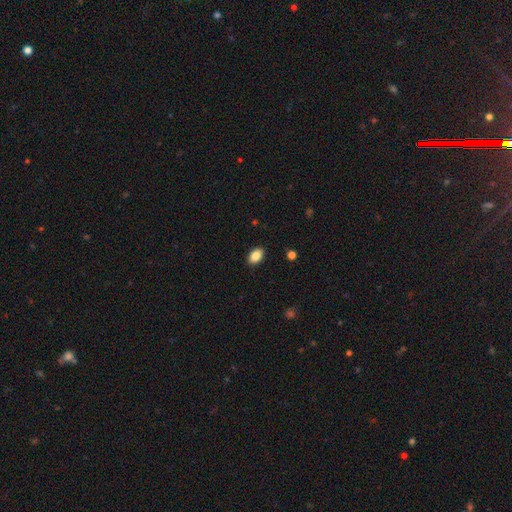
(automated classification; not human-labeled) A smooth galaxy with no disk features (86%) that is in between round and cigar-shaped (89%).

Vote fractions:
- Smooth or featured? smooth: 86% / star or artifact: 8% / featured or disk: 6%
- How rounded? in between: 89% / round: 9% / cigar-shaped: 1%
- Merging? none: 89% / minor disturbance: 8% / major disturbance: 2% / merger: 1%